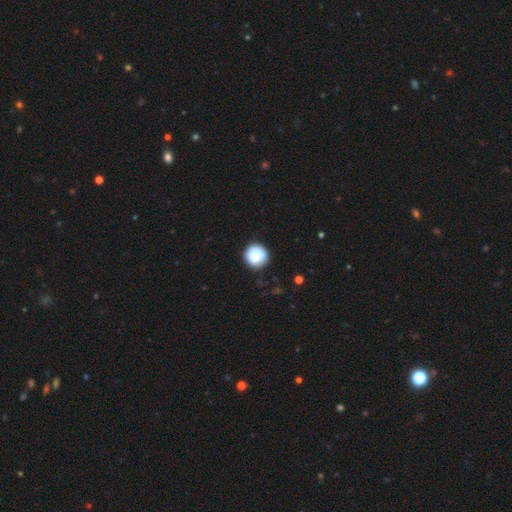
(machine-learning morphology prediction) Smooth or featured? Predicted: smooth (p=0.85). How rounded? Predicted: round (p=0.95). Merging? Predicted: none (p=0.87).